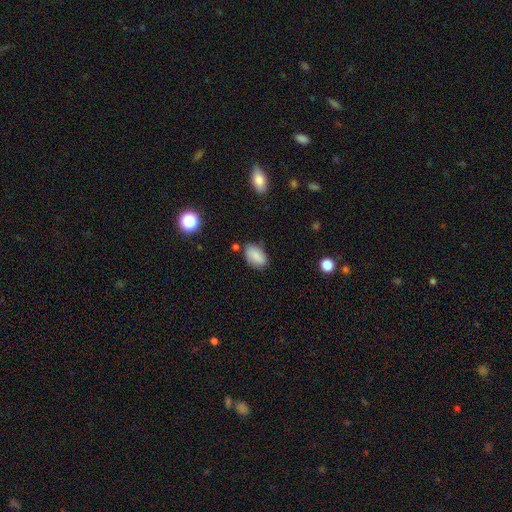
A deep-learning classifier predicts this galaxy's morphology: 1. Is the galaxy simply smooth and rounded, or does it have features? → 83% smooth, 9% featured or disk, 8% star or artifact.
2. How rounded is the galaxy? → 91% in between, 7% round, 2% cigar-shaped.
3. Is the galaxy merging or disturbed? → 73% none, 19% minor disturbance, 4% major disturbance, 4% merger.